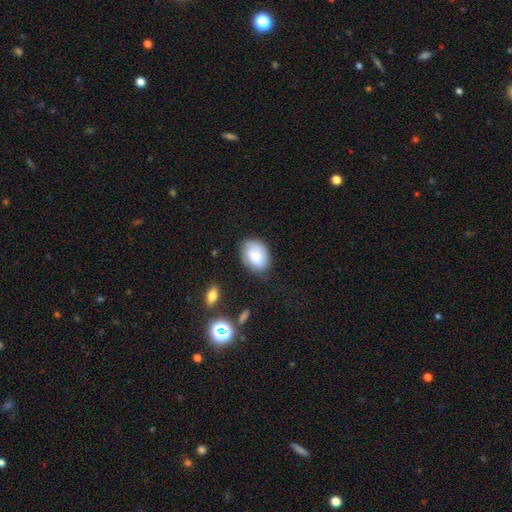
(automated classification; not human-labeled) Smooth or featured: smooth — 70% (featured or disk — 22%)
How rounded: in between — 79% (round — 20%)
Merging: none — 68% (minor disturbance — 23%)